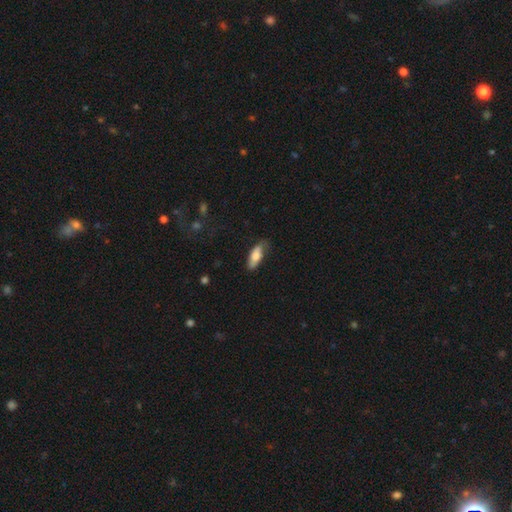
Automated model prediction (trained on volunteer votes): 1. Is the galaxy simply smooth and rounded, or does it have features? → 78% smooth, 16% featured or disk, 6% star or artifact.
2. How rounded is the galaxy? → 72% in between, 26% cigar-shaped, 2% round.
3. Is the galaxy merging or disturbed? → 67% none, 26% minor disturbance, 6% major disturbance, 1% merger.